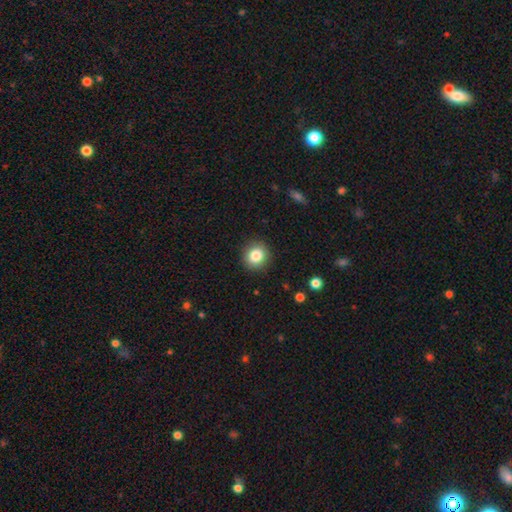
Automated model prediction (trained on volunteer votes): This is clearly a smooth galaxy (84%). How rounded: clearly round (90%). Merging: clearly none (91%).